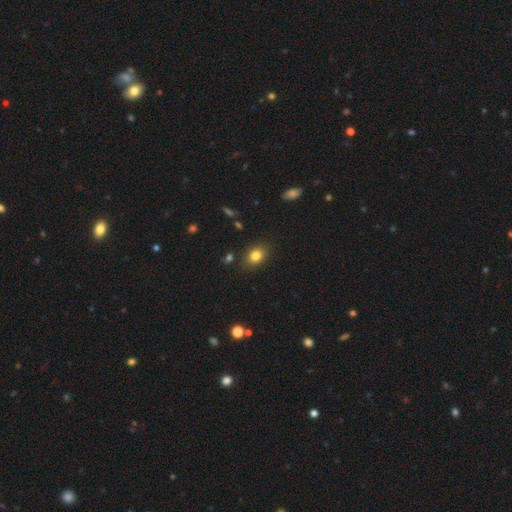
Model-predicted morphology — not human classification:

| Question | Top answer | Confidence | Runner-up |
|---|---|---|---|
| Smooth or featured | smooth | 81% | star or artifact (11%) |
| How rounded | in between | 66% | round (32%) |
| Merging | none | 84% | minor disturbance (11%) |